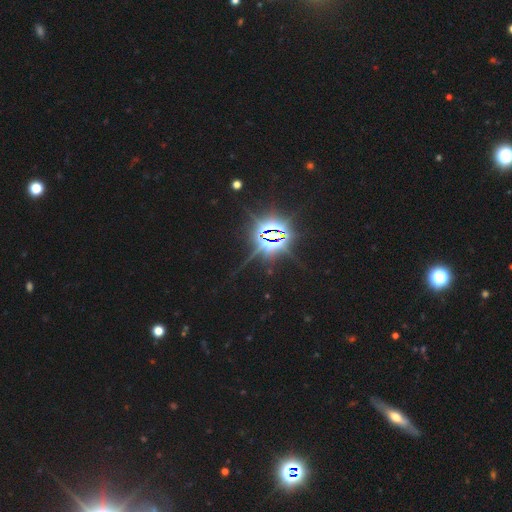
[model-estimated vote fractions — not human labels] Smooth or featured: star or artifact — 83% (smooth — 11%)